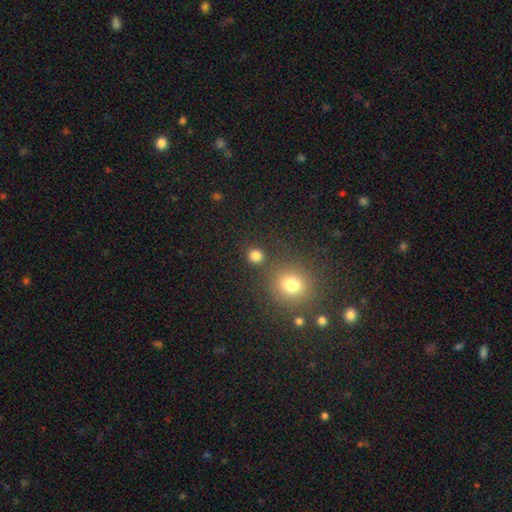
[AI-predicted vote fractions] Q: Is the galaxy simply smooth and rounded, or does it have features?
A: smooth — 80%.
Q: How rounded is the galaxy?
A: round — 91%.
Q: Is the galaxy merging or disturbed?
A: none — 83%.